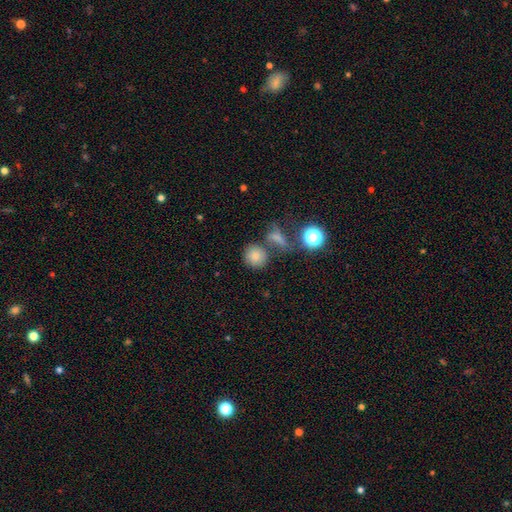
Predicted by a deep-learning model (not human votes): smooth_or_featured: smooth (p=0.77) [alt: star or artifact p=0.14]
how_rounded: round (p=0.85) [alt: in between p=0.13]
merging: none (p=0.63) [alt: merger p=0.21]